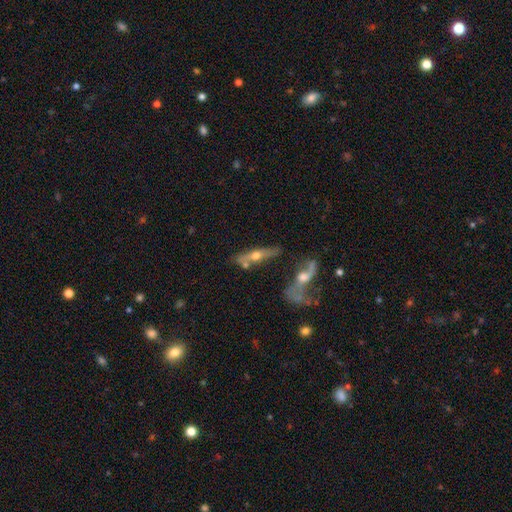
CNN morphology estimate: Smooth or featured?
  - featured or disk: 69% *
  - smooth: 23%
  - star or artifact: 7%
Edge-on disk?
  - yes: 84% *
  - no: 16%
Edge-on bulge?
  - rounded: 93% *
  - none: 4%
  - boxy: 3%
Merging?
  - none: 56% *
  - merger: 21%
  - minor disturbance: 15%
  - major disturbance: 7%